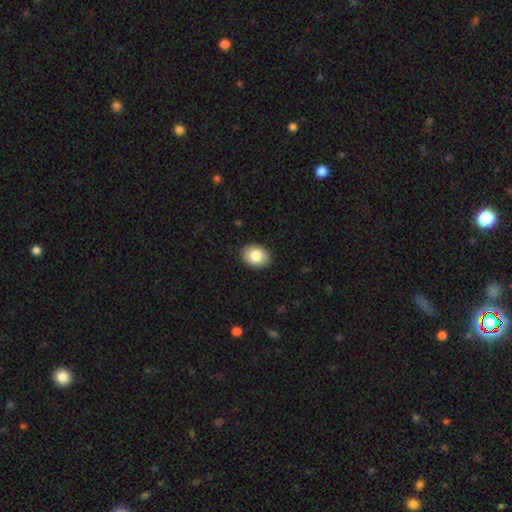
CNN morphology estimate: Smooth or featured? Predicted: smooth (p=0.85). How rounded? Predicted: in between (p=0.73). Merging? Predicted: none (p=0.90).